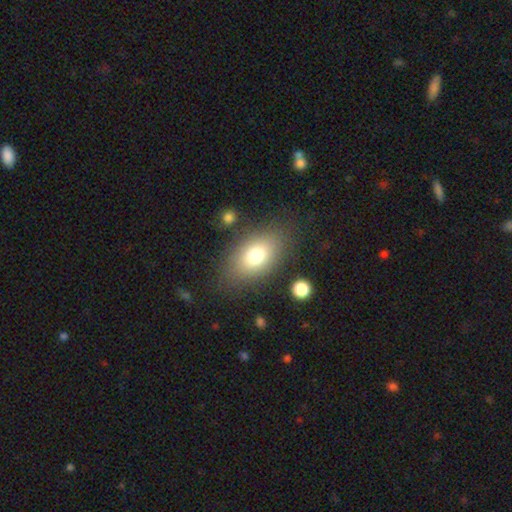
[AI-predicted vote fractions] Smooth or featured: smooth — 75% (featured or disk — 14%)
How rounded: in between — 83% (round — 15%)
Merging: none — 79% (minor disturbance — 12%)